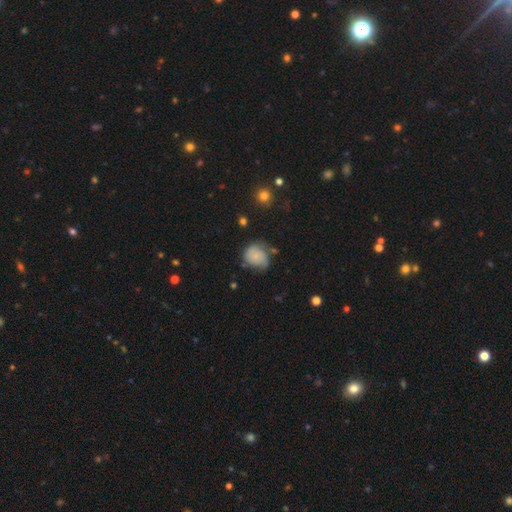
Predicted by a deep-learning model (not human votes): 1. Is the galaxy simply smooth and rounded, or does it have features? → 55% smooth, 36% featured or disk, 9% star or artifact.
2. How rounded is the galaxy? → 67% round, 32% in between, 1% cigar-shaped.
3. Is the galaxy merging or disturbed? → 48% none, 34% minor disturbance, 14% major disturbance, 5% merger.